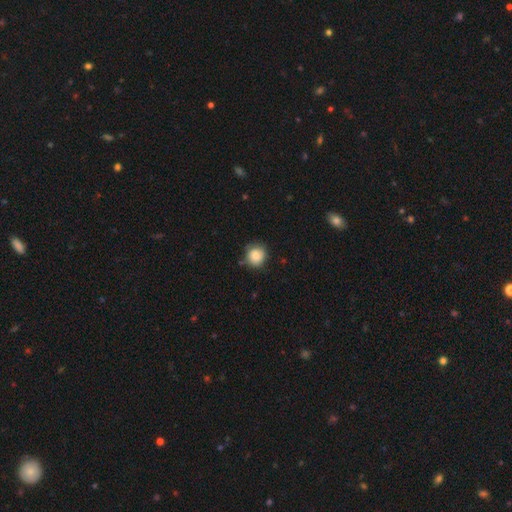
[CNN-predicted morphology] smooth-or-featured: smooth: 85% | star or artifact: 9% | featured or disk: 7%
  how-rounded: round: 88% | in between: 11% | cigar-shaped: 1%
  merging: none: 75% | minor disturbance: 19% | major disturbance: 4% | merger: 2%